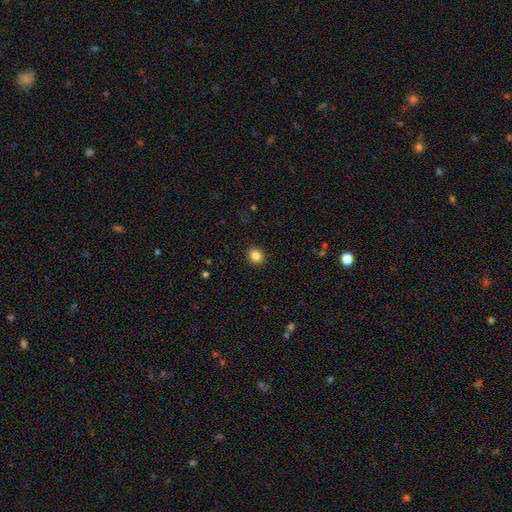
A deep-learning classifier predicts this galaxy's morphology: smooth-or-featured: smooth: 85% | star or artifact: 11% | featured or disk: 4%
  how-rounded: round: 74% | in between: 25% | cigar-shaped: 1%
  merging: none: 92% | minor disturbance: 6% | major disturbance: 2% | merger: 1%